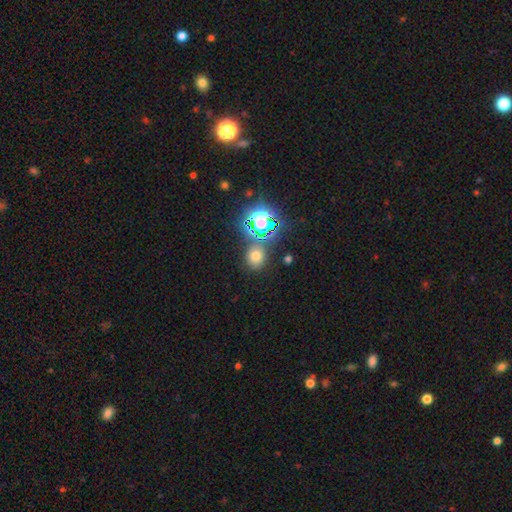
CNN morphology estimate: Q: Smooth or featured?
A: smooth (61%); runner-up: star or artifact (31%)
Q: How rounded?
A: round (68%); runner-up: in between (30%)
Q: Merging?
A: none (77%); runner-up: minor disturbance (10%)